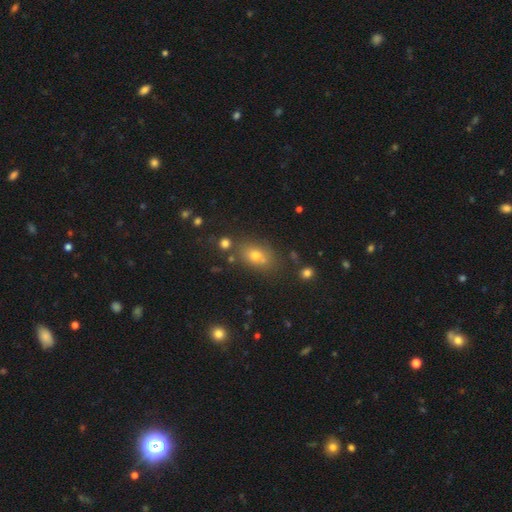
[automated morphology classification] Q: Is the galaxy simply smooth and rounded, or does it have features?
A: smooth — 68%.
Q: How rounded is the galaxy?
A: in between — 72%.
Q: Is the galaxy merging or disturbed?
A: none — 72%.